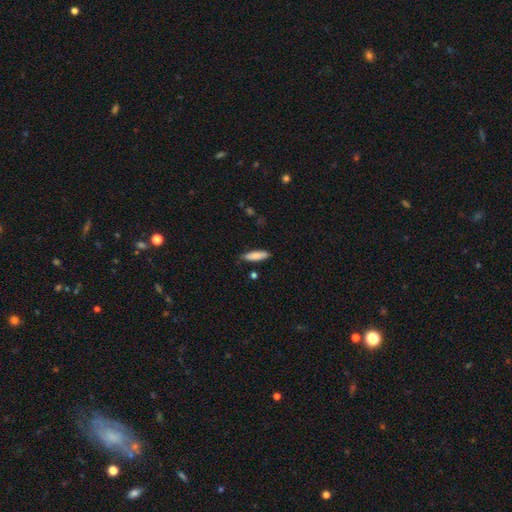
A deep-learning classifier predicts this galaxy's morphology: Q: Smooth or featured?
A: smooth (84%); runner-up: featured or disk (10%)
Q: How rounded?
A: cigar-shaped (62%); runner-up: in between (37%)
Q: Merging?
A: none (80%); runner-up: minor disturbance (15%)